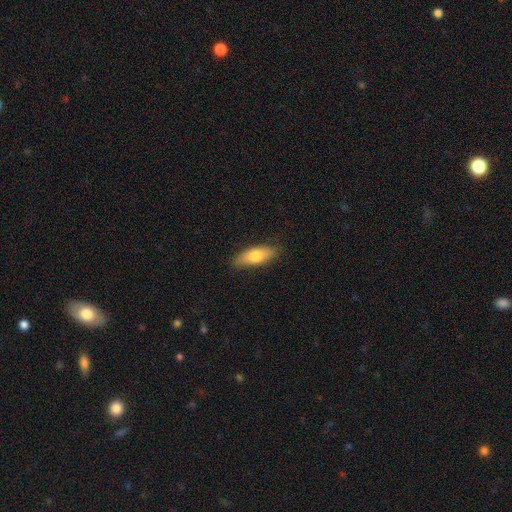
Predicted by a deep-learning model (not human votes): Smooth or featured? Predicted: smooth (p=0.70). How rounded? Predicted: in between (p=0.61). Merging? Predicted: none (p=0.85).